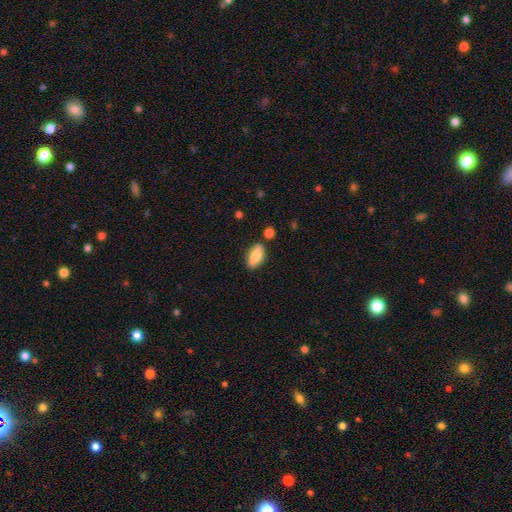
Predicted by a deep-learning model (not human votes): This appears to be a smooth galaxy with no disk features (75%) that is in between round and cigar-shaped (85%). Merging: none (82%).